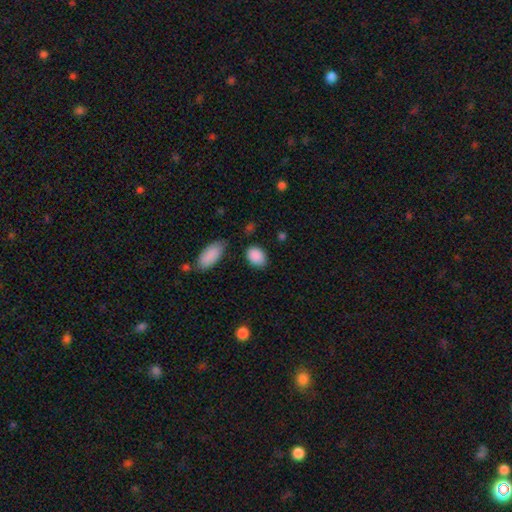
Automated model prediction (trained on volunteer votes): Smooth or featured? Predicted: smooth (p=0.89). How rounded? Predicted: in between (p=0.80). Merging? Predicted: none (p=0.79).